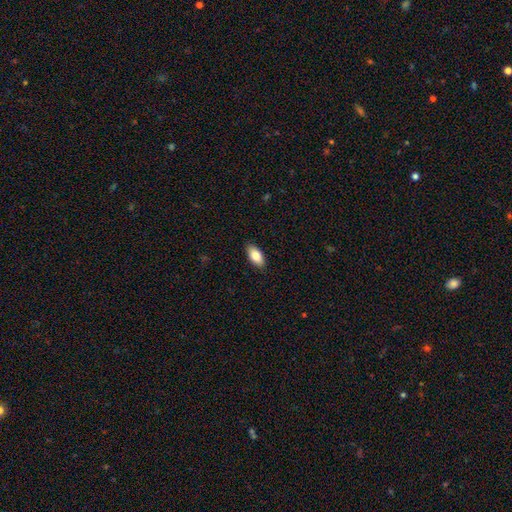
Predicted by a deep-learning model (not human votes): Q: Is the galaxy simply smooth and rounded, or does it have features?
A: smooth — 81%.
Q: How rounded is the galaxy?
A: in between — 91%.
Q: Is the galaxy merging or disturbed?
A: none — 89%.